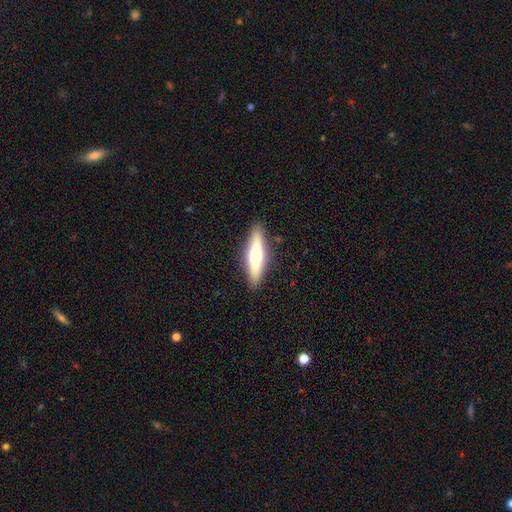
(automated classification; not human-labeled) A smooth galaxy with no disk features (49%).

Vote fractions:
- Smooth or featured? smooth: 49% / featured or disk: 45% / star or artifact: 6%
- Merging? none: 89% / minor disturbance: 8% / major disturbance: 2% / merger: 1%